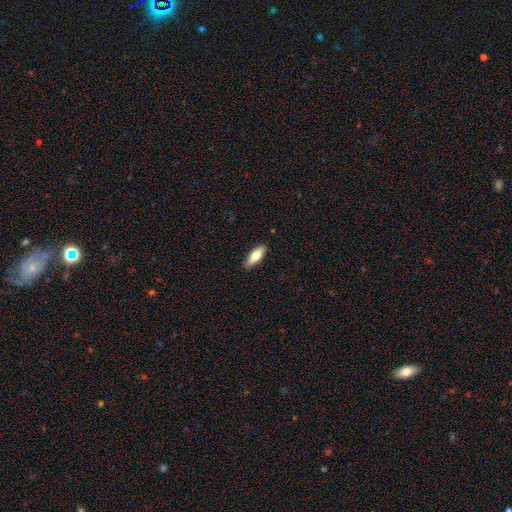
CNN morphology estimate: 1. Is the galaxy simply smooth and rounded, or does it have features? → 64% smooth, 30% featured or disk, 6% star or artifact.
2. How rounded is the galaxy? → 57% in between, 41% cigar-shaped, 2% round.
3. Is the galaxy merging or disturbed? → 89% none, 8% minor disturbance, 2% major disturbance, 1% merger.